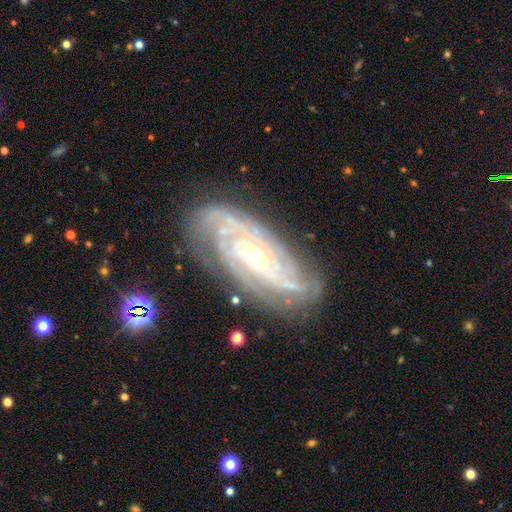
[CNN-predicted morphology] smooth-or-featured: featured or disk: 89% | star or artifact: 6% | smooth: 5%
  disk-edge-on: no: 94% | yes: 6%
    bar: no: 54% | weak: 31% | strong: 16%
    has-spiral-arms: yes: 98% | no: 2%
      spiral-winding: tight: 73% | medium: 23% | loose: 4%
      spiral-arm-count: 3: 26% (tied) | 4: 26% (tied) | can't tell: 20% | 2: 13% | more than 4: 9% | 1: 6%
    bulge-size: small: 61% | moderate: 36% | large: 1% | none: 1% | dominant: 1%
  merging: none: 79% | minor disturbance: 15% | major disturbance: 4% | merger: 1%